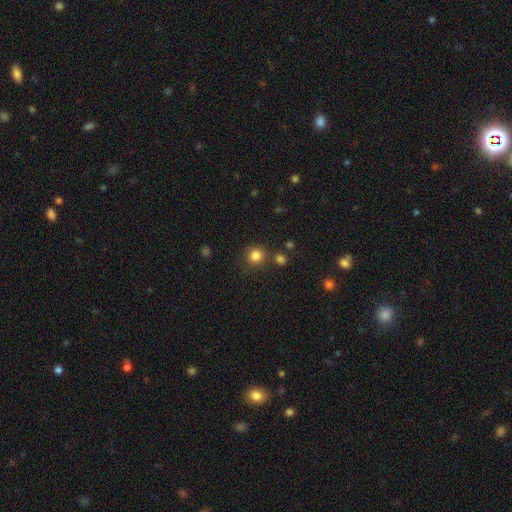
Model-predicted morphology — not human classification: smooth 83%, star or artifact 13%, featured or disk 5%. Down the decision tree: how rounded — round (91%); merging — none (81%).